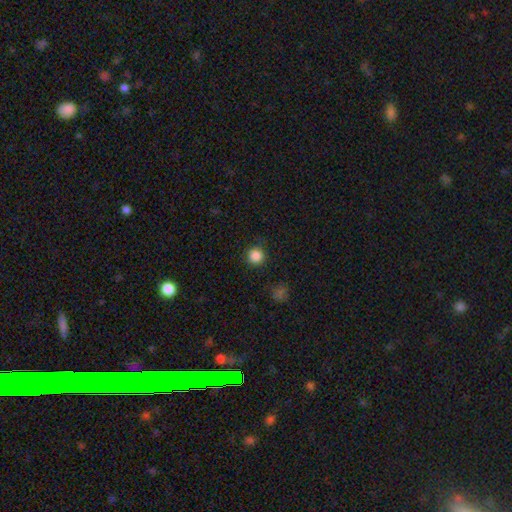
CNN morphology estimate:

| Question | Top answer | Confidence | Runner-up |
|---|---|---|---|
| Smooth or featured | smooth | 86% | star or artifact (11%) |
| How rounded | round | 96% | in between (3%) |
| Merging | none | 90% | minor disturbance (7%) |